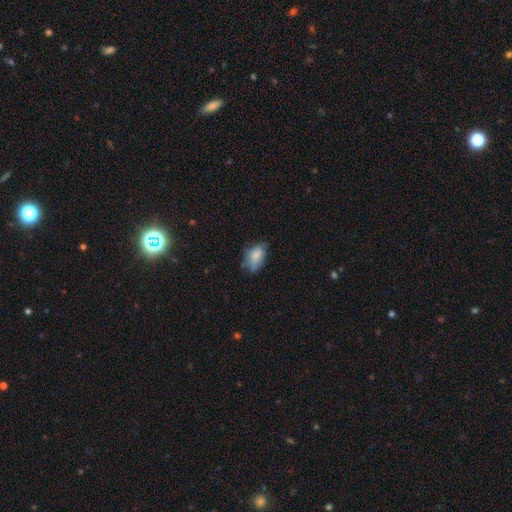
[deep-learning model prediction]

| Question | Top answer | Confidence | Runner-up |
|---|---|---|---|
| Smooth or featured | smooth | 76% | featured or disk (15%) |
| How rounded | in between | 89% | round (8%) |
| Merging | none | 48% | minor disturbance (35%) |